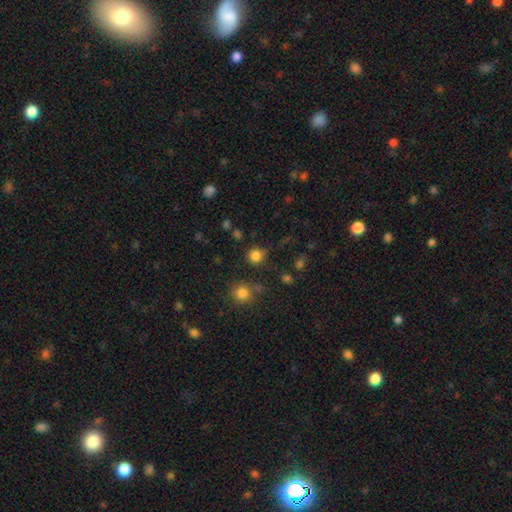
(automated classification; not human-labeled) Smooth or featured? smooth (82%)
How rounded? round (93%)
Merging? none (82%)